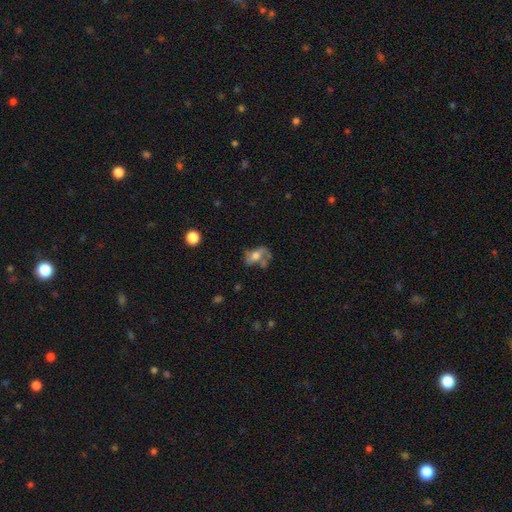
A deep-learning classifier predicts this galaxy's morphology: This is possibly a featured or disk galaxy (49%). Merging: marginally none (34%).